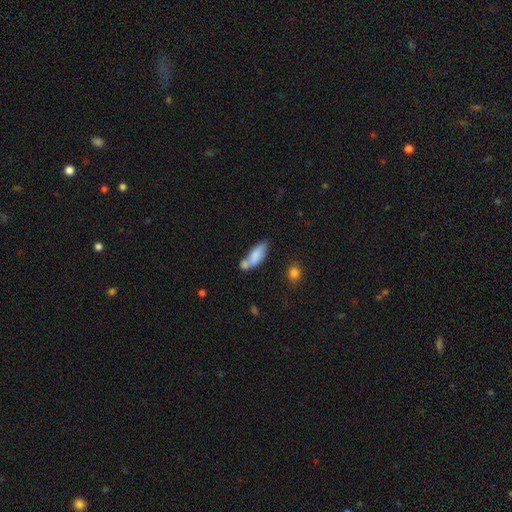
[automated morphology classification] Smooth or featured?
  - smooth: 75% *
  - featured or disk: 18%
  - star or artifact: 7%
How rounded?
  - in between: 69% *
  - cigar-shaped: 28%
  - round: 3%
Merging?
  - none: 37% * (tied)
  - merger: 37% * (tied)
  - minor disturbance: 19%
  - major disturbance: 8%